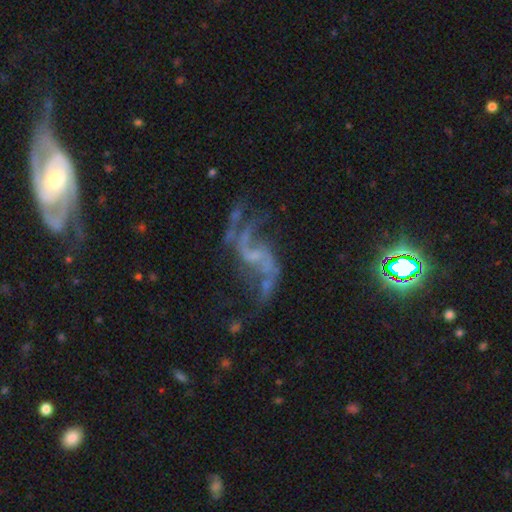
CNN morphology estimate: featured or disk 80%, star or artifact 14%, smooth 6%. Down the decision tree: edge-on disk — no (96%); bar — no (42%); spiral arms — yes (89%); spiral arm count — 2 (79%); spiral winding — loose (85%); bulge size — none (46%); merging — none (48%).